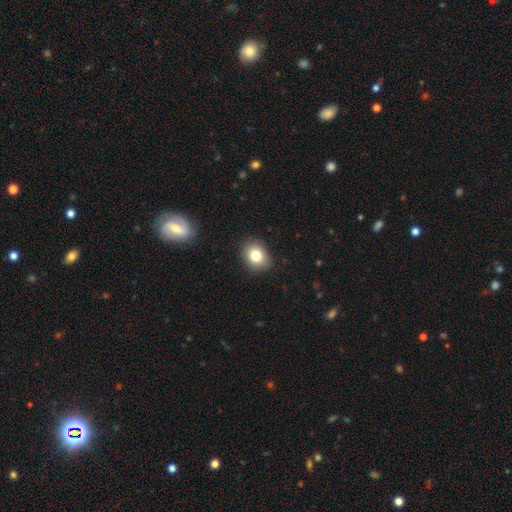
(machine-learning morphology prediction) smooth_or_featured: smooth (p=0.80) [alt: star or artifact p=0.10]
how_rounded: round (p=0.53) [alt: in between p=0.46]
merging: none (p=0.87) [alt: minor disturbance p=0.10]